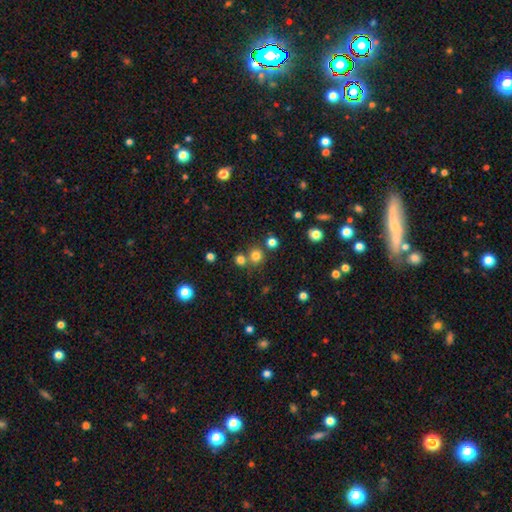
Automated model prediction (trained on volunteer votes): Smooth or featured: smooth — 76% (star or artifact — 17%)
How rounded: round — 92% (in between — 7%)
Merging: none — 70% (merger — 20%)